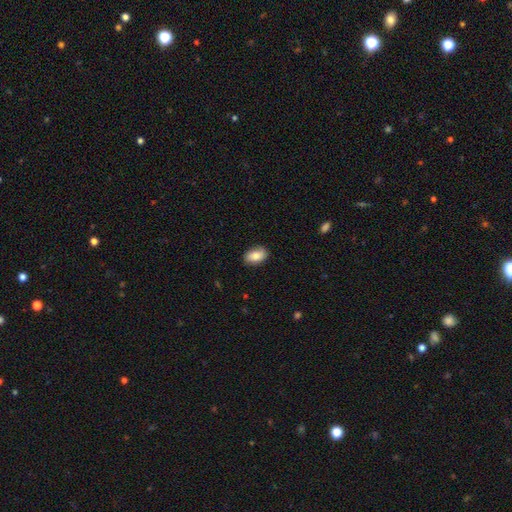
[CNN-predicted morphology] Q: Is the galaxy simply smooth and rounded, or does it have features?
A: smooth — 82%.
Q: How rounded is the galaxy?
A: in between — 90%.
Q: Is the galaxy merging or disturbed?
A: none — 85%.